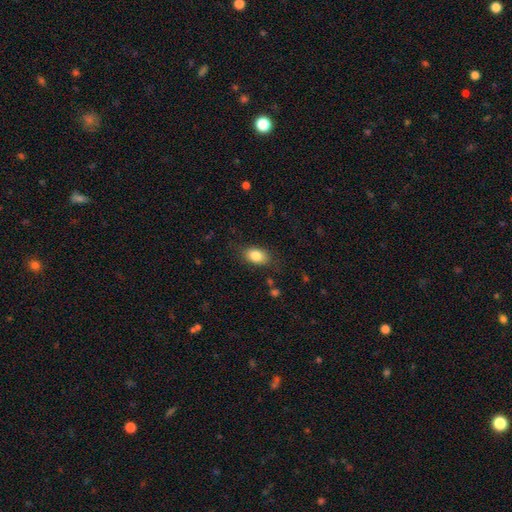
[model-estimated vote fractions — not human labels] Smooth or featured? smooth (83%)
How rounded? in between (85%)
Merging? none (81%)